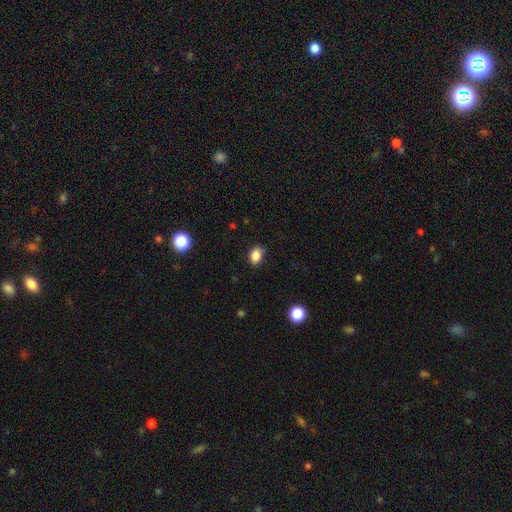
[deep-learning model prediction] Smooth or featured?
  - smooth: 86% *
  - star or artifact: 10%
  - featured or disk: 4%
How rounded?
  - in between: 80% *
  - round: 19%
  - cigar-shaped: 1%
Merging?
  - none: 81% *
  - minor disturbance: 15%
  - major disturbance: 3%
  - merger: 1%